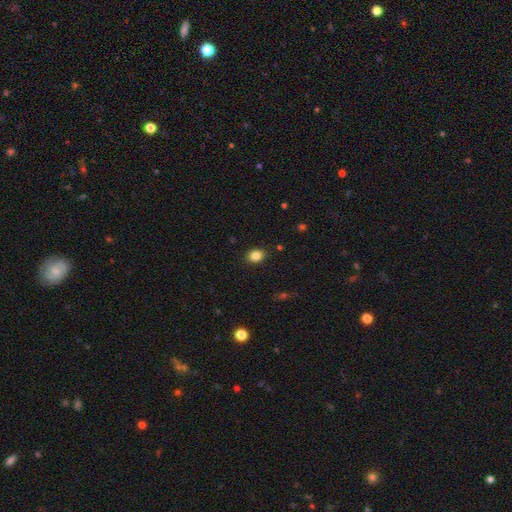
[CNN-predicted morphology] The model was most divided on "how rounded": in between: 53%, round: 46%, cigar-shaped: 1%. More confident: merging — none (88%); smooth or featured — smooth (85%).